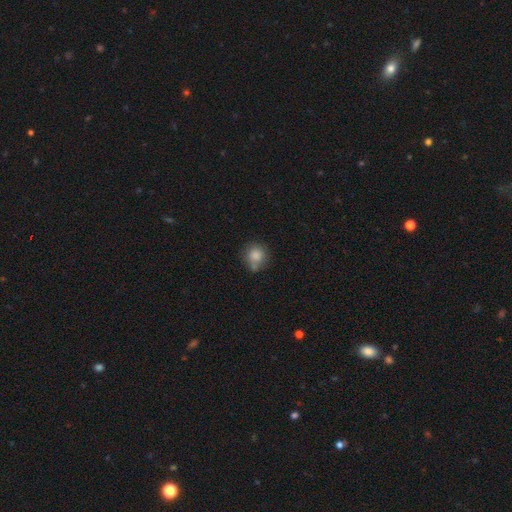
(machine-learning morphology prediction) smooth 83%, star or artifact 9%, featured or disk 7%. Down the decision tree: how rounded — round (87%); merging — none (61%).